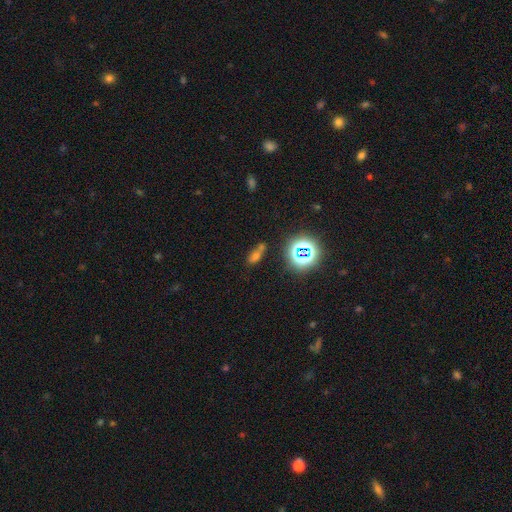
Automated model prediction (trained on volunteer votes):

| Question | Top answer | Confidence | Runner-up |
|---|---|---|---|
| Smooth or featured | smooth | 54% | star or artifact (32%) |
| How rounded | in between | 62% | cigar-shaped (19%) |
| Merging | none | 58% | merger (19%) |